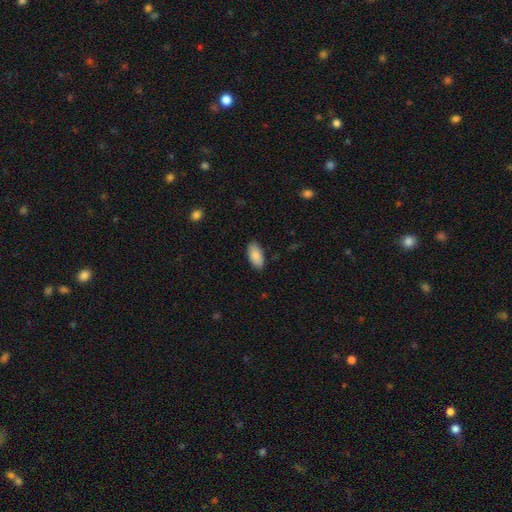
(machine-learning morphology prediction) Smooth or featured?
  - smooth: 89% *
  - star or artifact: 6%
  - featured or disk: 5%
How rounded?
  - in between: 93% *
  - cigar-shaped: 5%
  - round: 2%
Merging?
  - none: 87% *
  - minor disturbance: 10%
  - major disturbance: 2%
  - merger: 1%